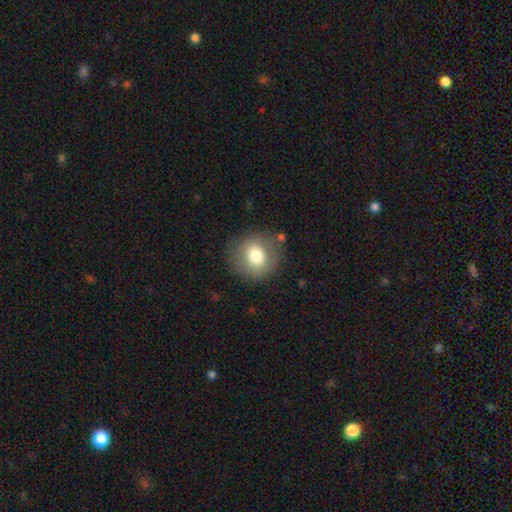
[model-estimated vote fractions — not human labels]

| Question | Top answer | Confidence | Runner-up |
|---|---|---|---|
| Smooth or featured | smooth | 74% | featured or disk (17%) |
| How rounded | round | 83% | in between (16%) |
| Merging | none | 80% | minor disturbance (12%) |